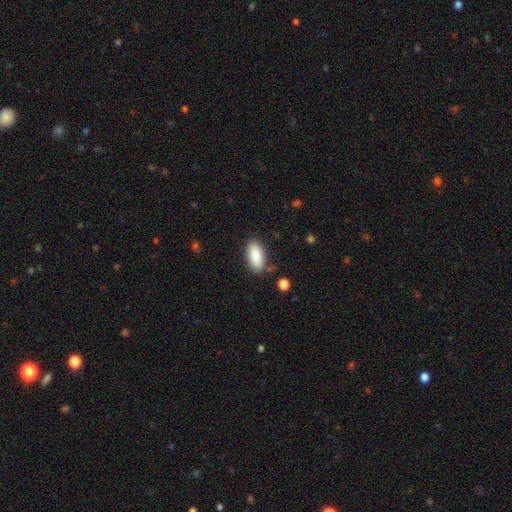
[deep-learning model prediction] smooth 85%, featured or disk 9%, star or artifact 6%. Down the decision tree: how rounded — in between (88%); merging — none (81%).